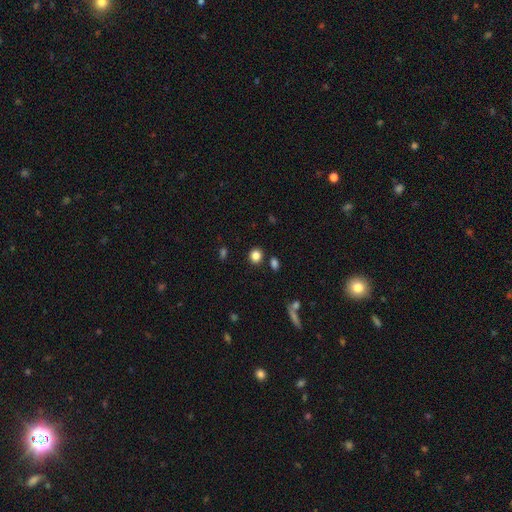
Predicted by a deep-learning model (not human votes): smooth-or-featured: smooth: 84% | star or artifact: 11% | featured or disk: 5%
  how-rounded: round: 78% | in between: 21% | cigar-shaped: 1%
  merging: none: 84% | minor disturbance: 8% | merger: 5% | major disturbance: 3%